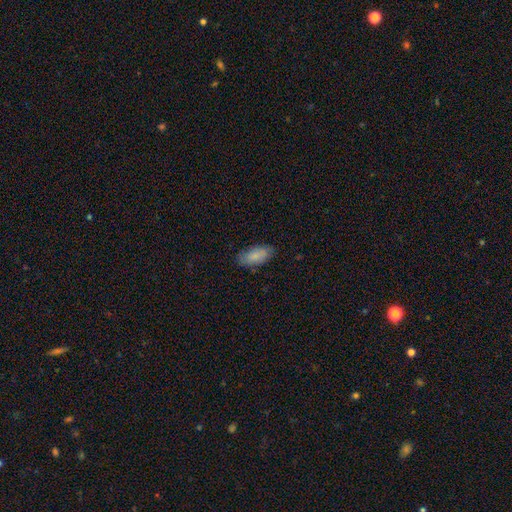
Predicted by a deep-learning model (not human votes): This is clearly a smooth galaxy (83%). How rounded: clearly in between (92%). Merging: clearly none (81%).